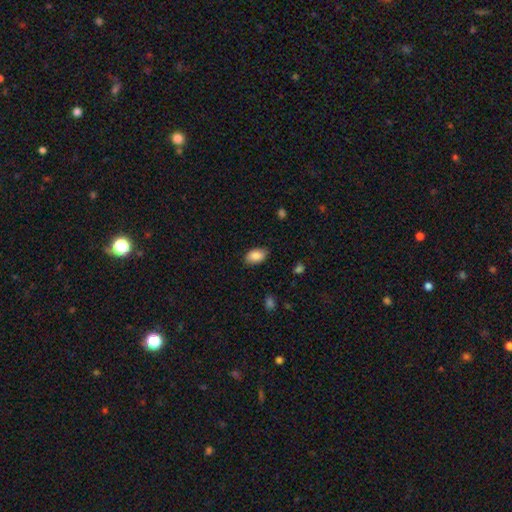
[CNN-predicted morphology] The model was most divided on "merging": none: 84%, minor disturbance: 12%, major disturbance: 3%, merger: 1%. More confident: how rounded — in between (91%); smooth or featured — smooth (88%).